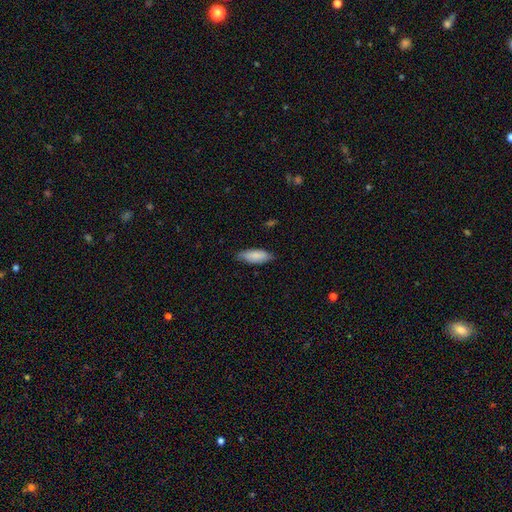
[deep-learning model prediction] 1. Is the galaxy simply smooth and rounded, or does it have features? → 83% smooth, 11% featured or disk, 6% star or artifact.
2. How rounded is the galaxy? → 78% in between, 20% cigar-shaped, 2% round.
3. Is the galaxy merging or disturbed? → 72% none, 24% minor disturbance, 3% major disturbance, 1% merger.